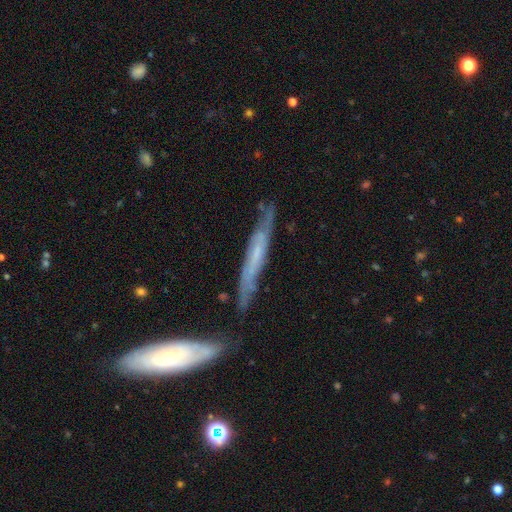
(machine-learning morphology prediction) A featured or disk galaxy (65%) viewed edge-on (69%).

Vote fractions:
- Smooth or featured? featured or disk: 65% / smooth: 29% / star or artifact: 7%
- Edge-on disk? yes: 69% / no: 31%
- Merging? none: 68% / minor disturbance: 21% / merger: 6% / major disturbance: 5%